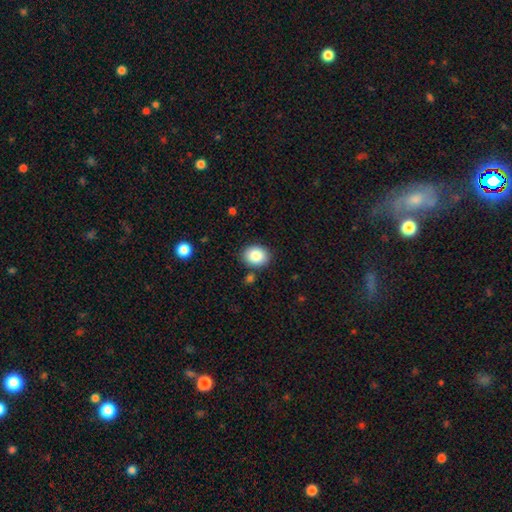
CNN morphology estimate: Smooth or featured?
  - smooth: 85% *
  - star or artifact: 9%
  - featured or disk: 7%
How rounded?
  - round: 51% *
  - in between: 48%
  - cigar-shaped: 1%
Merging?
  - none: 85% *
  - minor disturbance: 9%
  - merger: 3%
  - major disturbance: 2%